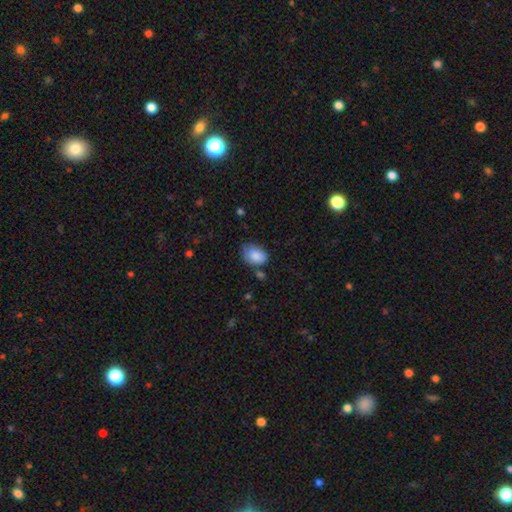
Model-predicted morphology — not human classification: smooth_or_featured: smooth (p=0.84) [alt: featured or disk p=0.08]
how_rounded: in between (p=0.79) [alt: round p=0.20]
merging: none (p=0.54) [alt: minor disturbance p=0.33]